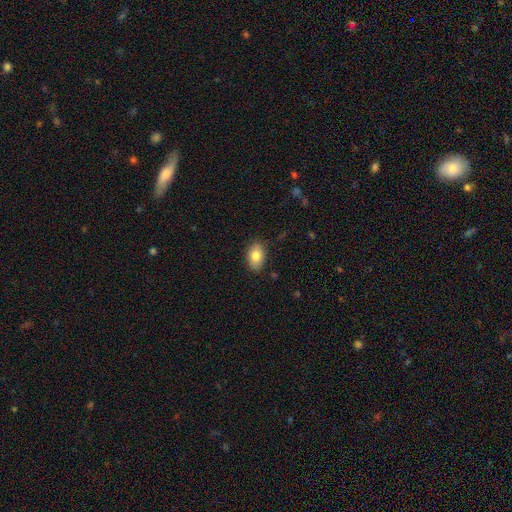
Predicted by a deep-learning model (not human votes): The model was most divided on "smooth or featured": smooth: 82%, featured or disk: 10%, star or artifact: 8%. More confident: how rounded — in between (88%); merging — none (87%).